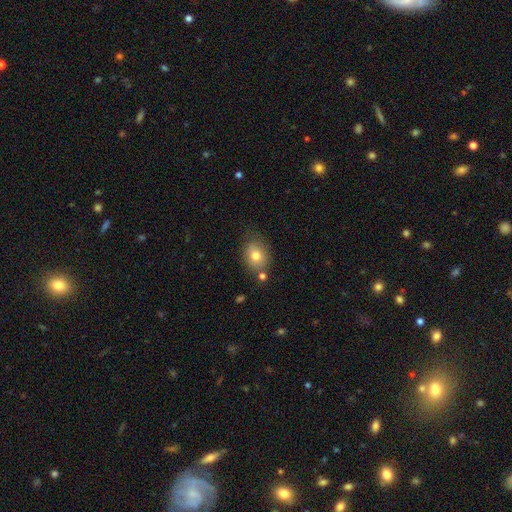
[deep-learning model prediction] Smooth or featured?
  - smooth: 76% *
  - featured or disk: 13%
  - star or artifact: 10%
How rounded?
  - in between: 55% *
  - round: 44%
  - cigar-shaped: 1%
Merging?
  - none: 71% *
  - minor disturbance: 16%
  - merger: 9%
  - major disturbance: 4%